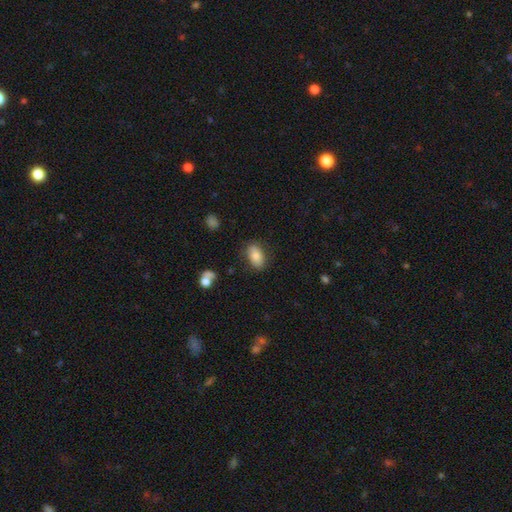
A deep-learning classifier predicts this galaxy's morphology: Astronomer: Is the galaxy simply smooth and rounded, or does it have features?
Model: smooth — 80%.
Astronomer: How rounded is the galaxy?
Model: in between — 91%.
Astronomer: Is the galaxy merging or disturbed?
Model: none — 80%.